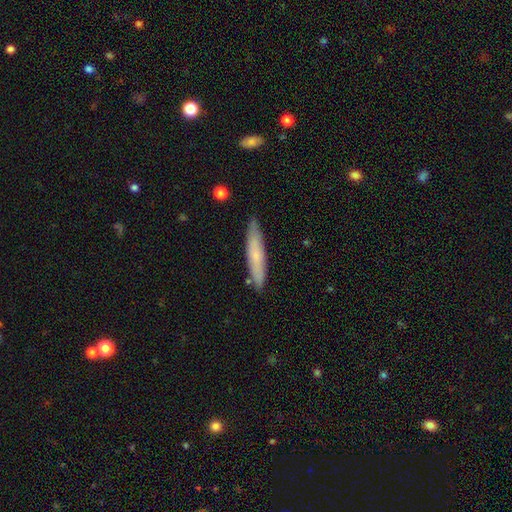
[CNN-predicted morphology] type=smooth (61%); roundness=cigar-shaped (89%); merging=none (84%).